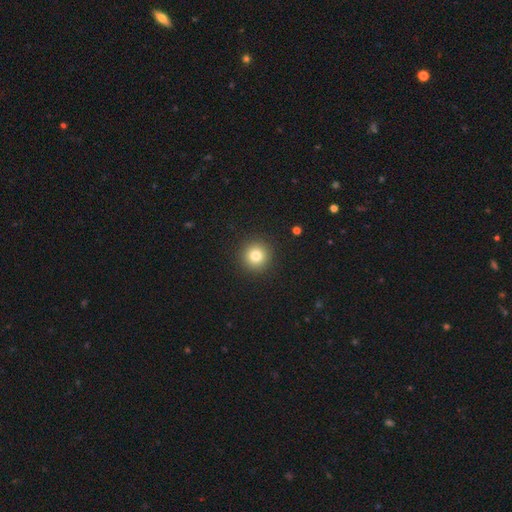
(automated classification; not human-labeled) This appears to be a smooth galaxy with no disk features (81%) that is round (95%). Merging: none (92%).